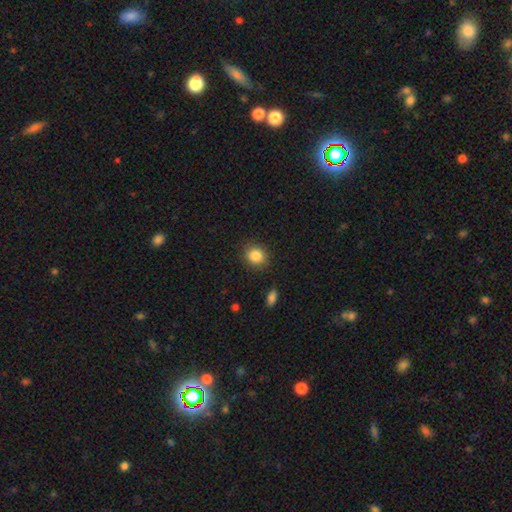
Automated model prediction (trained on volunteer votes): A smooth galaxy with no disk features (86%) that is round (77%). Merging: none (87%).